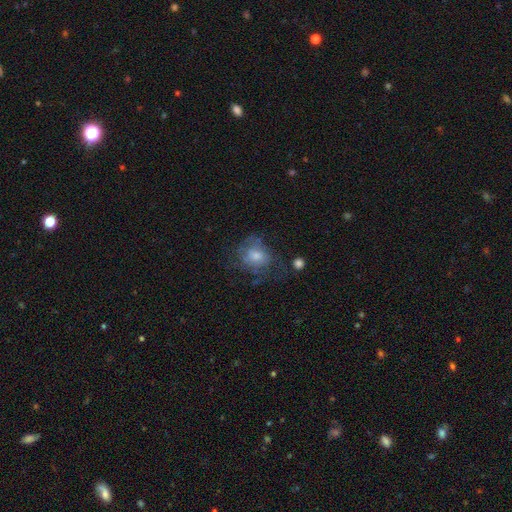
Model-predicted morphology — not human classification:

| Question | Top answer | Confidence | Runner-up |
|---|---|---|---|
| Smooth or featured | featured or disk | 45% | smooth (42%) |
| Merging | none | 54% | minor disturbance (22%) |